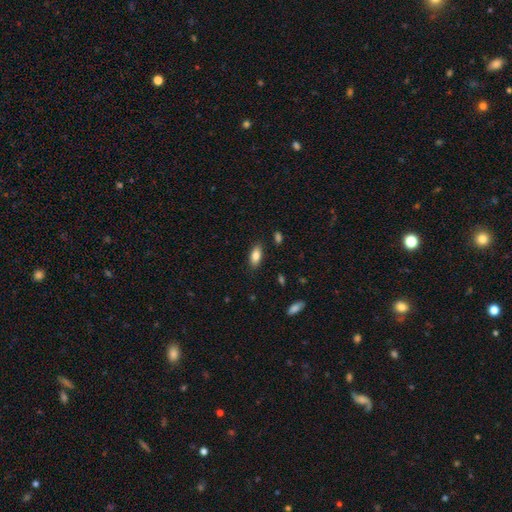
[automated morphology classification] The model was most divided on "merging": none: 85%, minor disturbance: 11%, major disturbance: 2%, merger: 2%. More confident: how rounded — in between (86%); smooth or featured — smooth (84%).